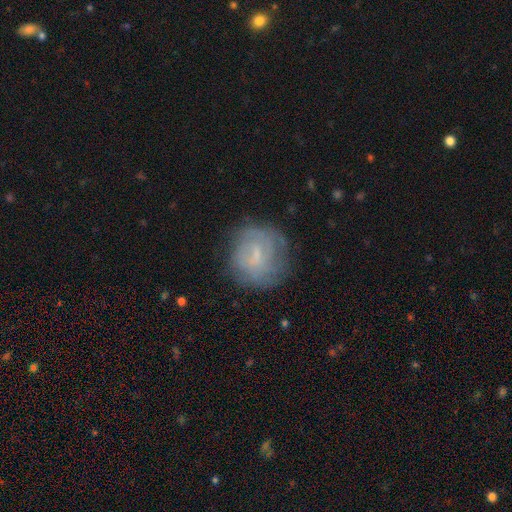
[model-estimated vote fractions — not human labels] This is possibly a featured or disk galaxy (47%). Merging: likely none (72%).